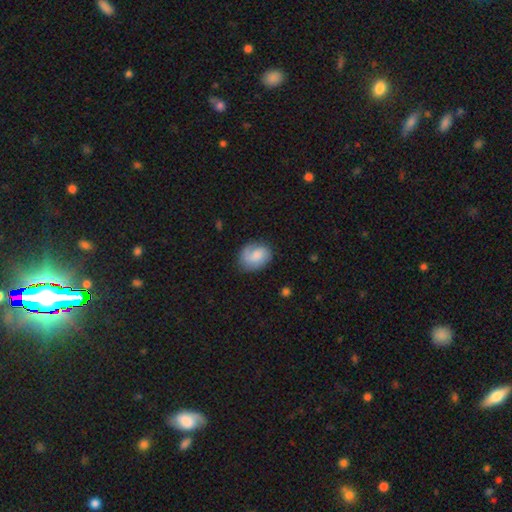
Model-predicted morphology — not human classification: Overall: featured or disk (48%; smooth 45%). Merging: none (69%).